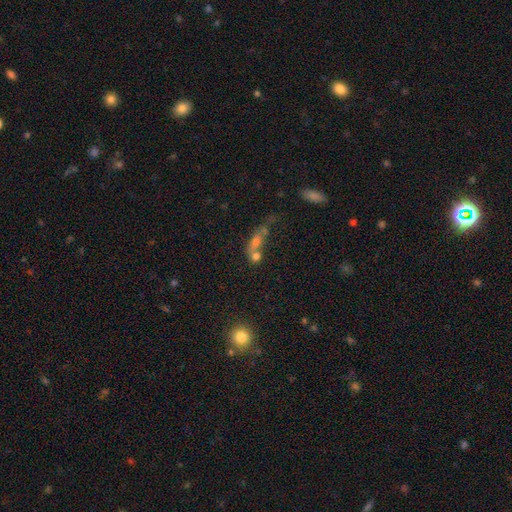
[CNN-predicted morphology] A smooth galaxy with no disk features (60%) that is round (44%).

Vote fractions:
- Smooth or featured? smooth: 60% / featured or disk: 22% / star or artifact: 18%
- How rounded? round: 44% / in between: 42% / cigar-shaped: 14%
- Merging? merger: 55% / none: 25% / major disturbance: 12% / minor disturbance: 9%